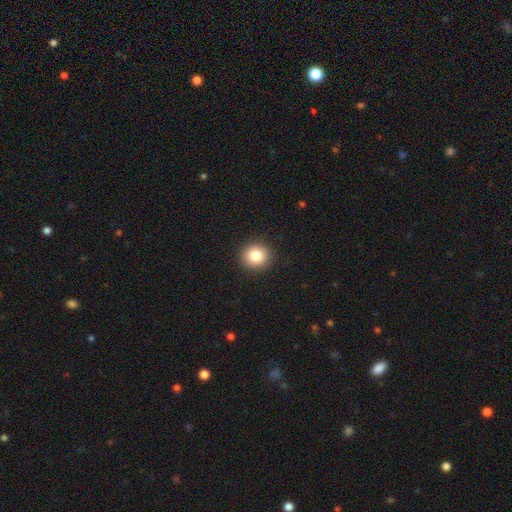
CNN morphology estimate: A smooth galaxy with no disk features (84%) that is round (91%). Merging: none (92%).